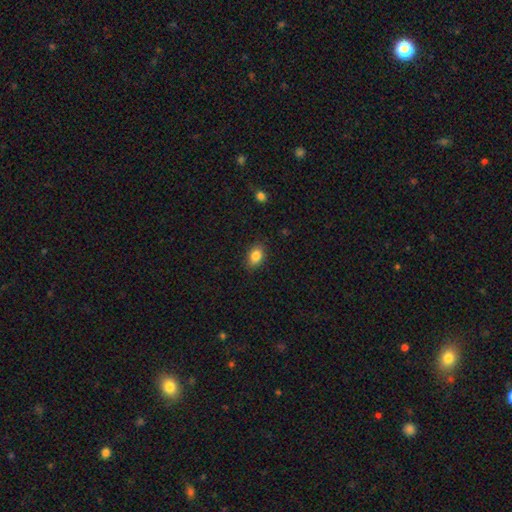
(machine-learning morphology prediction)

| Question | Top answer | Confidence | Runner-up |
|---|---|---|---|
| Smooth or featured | smooth | 85% | star or artifact (9%) |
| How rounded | in between | 79% | round (20%) |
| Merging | none | 85% | minor disturbance (11%) |